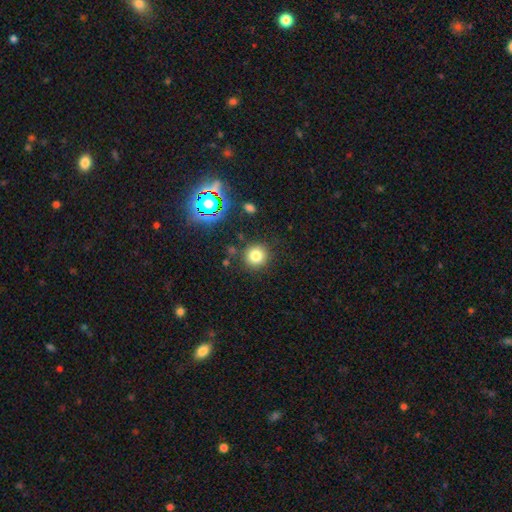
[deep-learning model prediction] Morphology: type=smooth (78%); roundness=round (92%); merging=none (87%).